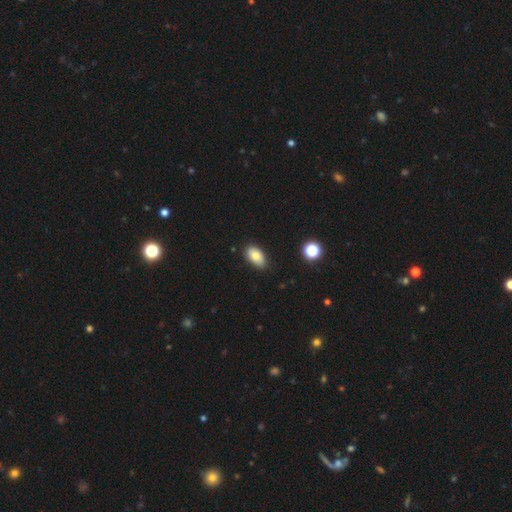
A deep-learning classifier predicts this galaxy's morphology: smooth 81%, featured or disk 10%, star or artifact 9%. Down the decision tree: how rounded — in between (92%); merging — none (84%).